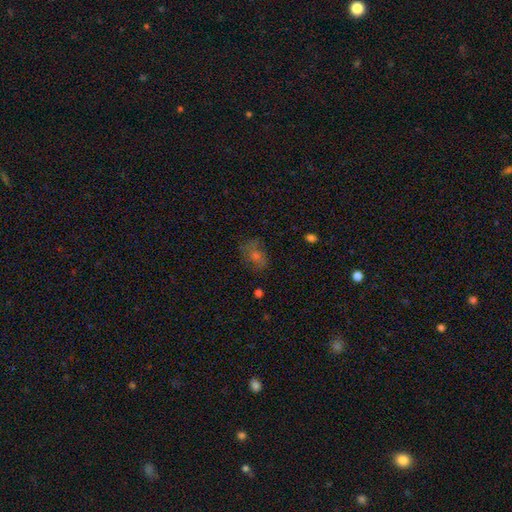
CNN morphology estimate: A smooth galaxy with no disk features (45%). Merging: none (68%).